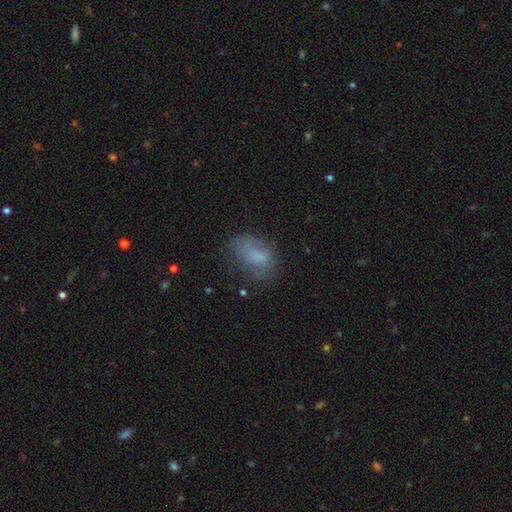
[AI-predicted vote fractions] The model was most divided on "merging": none: 51%, minor disturbance: 28%, major disturbance: 18%, merger: 3%. More confident: how rounded — in between (86%); smooth or featured — smooth (71%).